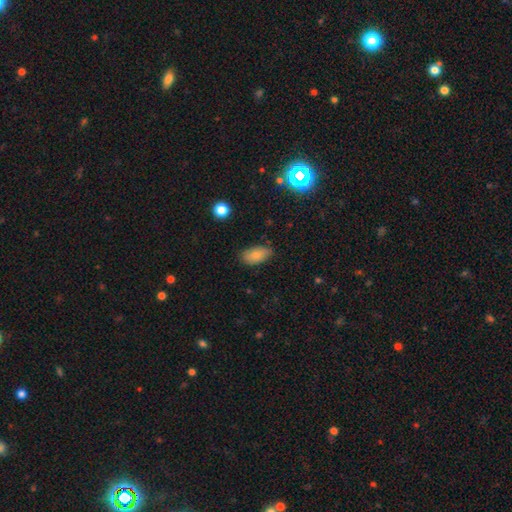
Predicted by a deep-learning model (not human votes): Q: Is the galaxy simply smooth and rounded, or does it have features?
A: smooth — 81%.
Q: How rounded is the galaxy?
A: in between — 92%.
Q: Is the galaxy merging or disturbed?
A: none — 79%.